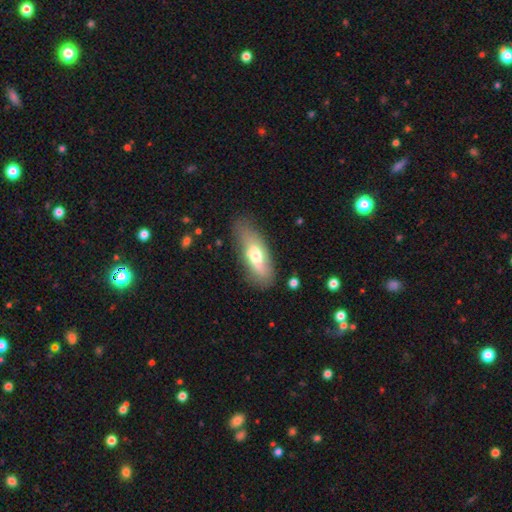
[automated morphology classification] Smooth or featured? Predicted: smooth (p=0.61). How rounded? Predicted: in between (p=0.70). Merging? Predicted: none (p=0.66).